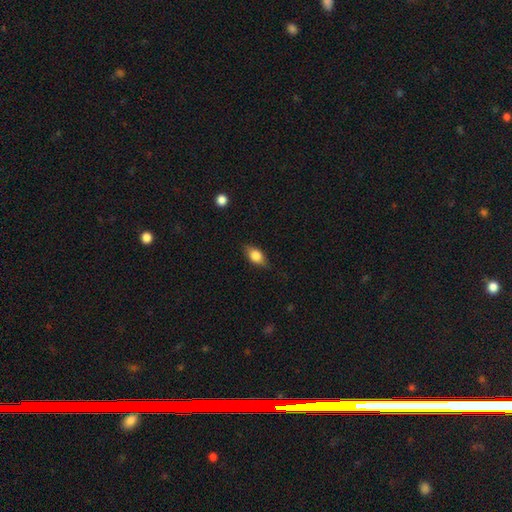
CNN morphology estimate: A smooth galaxy with no disk features (70%) that is in between round and cigar-shaped (80%). Merging: none (79%).